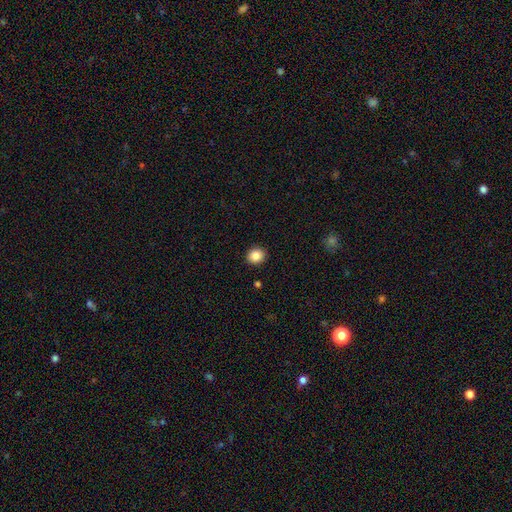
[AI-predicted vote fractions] Overall: smooth (87%). How rounded: round (77%). Merging: none (91%).